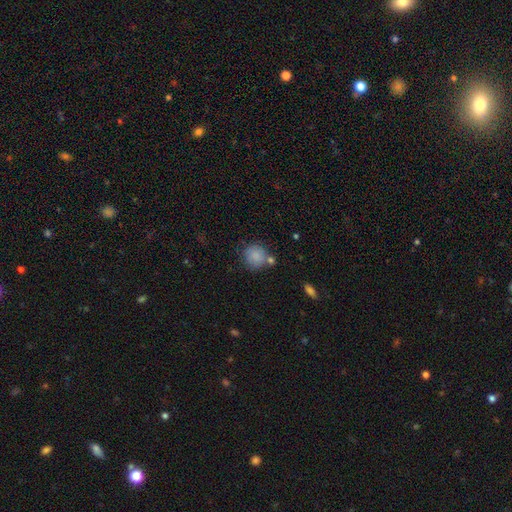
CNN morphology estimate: Overall: smooth (84%). How rounded: round (88%). Merging: none (65%).